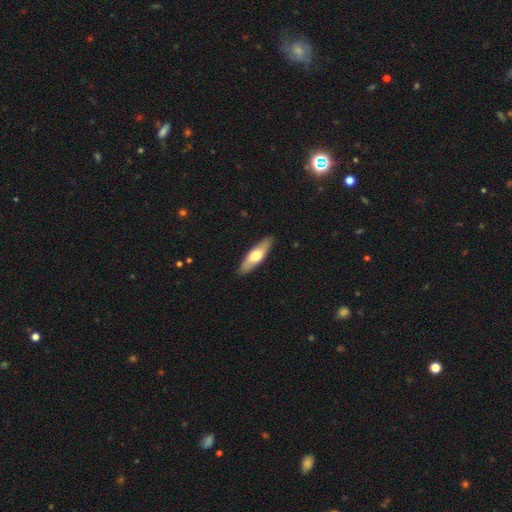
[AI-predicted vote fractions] A smooth galaxy with no disk features (55%) that is cigar-shaped (56%). Merging: none (89%).